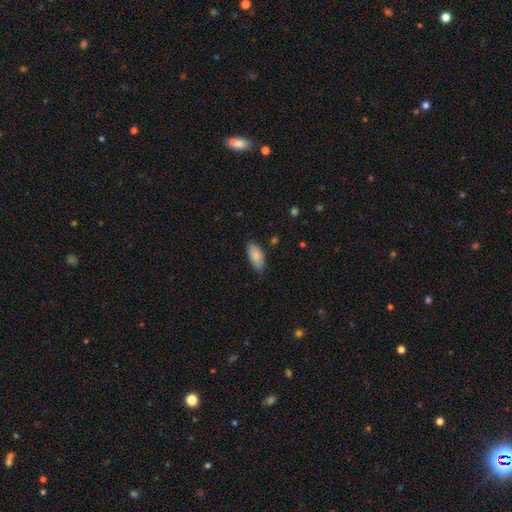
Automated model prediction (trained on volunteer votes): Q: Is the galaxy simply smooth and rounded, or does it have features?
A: smooth — 87%.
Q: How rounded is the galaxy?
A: in between — 89%.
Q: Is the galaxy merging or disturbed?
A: none — 79%.